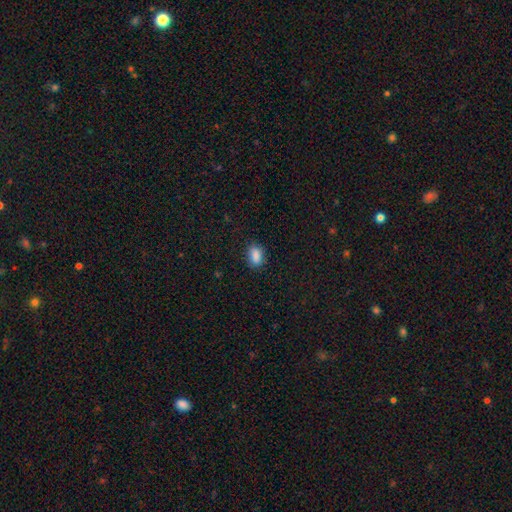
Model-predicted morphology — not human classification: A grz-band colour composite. It shows a smooth galaxy with no disk features (86%) that is in between round and cigar-shaped (84%). Merging: none (82%).